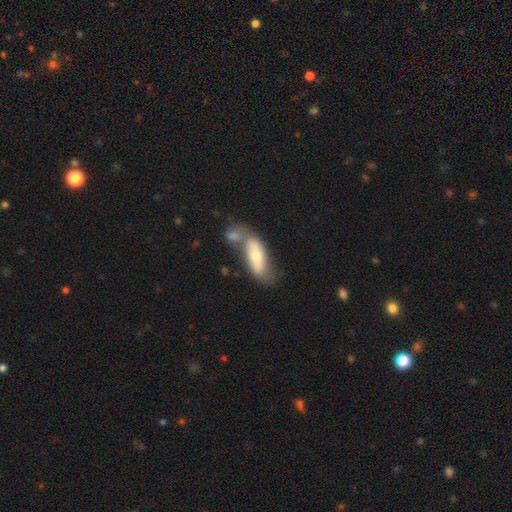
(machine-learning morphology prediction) smooth 59%, featured or disk 35%, star or artifact 6%. Down the decision tree: how rounded — in between (69%); merging — merger (46%).